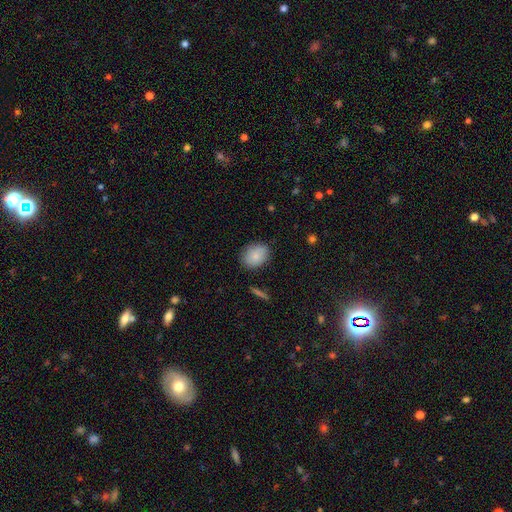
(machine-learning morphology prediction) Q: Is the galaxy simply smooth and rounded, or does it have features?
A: smooth — 84%.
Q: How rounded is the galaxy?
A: in between — 64%.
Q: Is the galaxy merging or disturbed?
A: none — 79%.